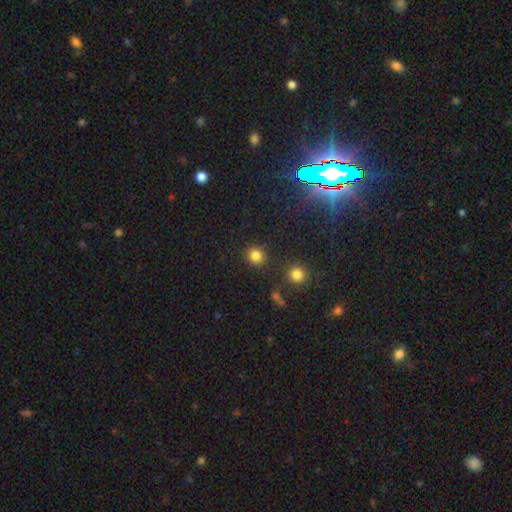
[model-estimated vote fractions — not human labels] Smooth or featured?
  - smooth: 82% *
  - star or artifact: 14%
  - featured or disk: 5%
How rounded?
  - round: 89% *
  - in between: 10%
  - cigar-shaped: 1%
Merging?
  - none: 86% *
  - minor disturbance: 7%
  - merger: 4%
  - major disturbance: 3%